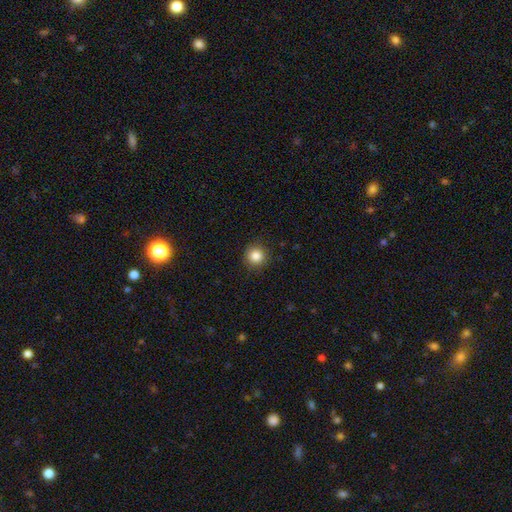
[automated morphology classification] This appears to be a smooth galaxy with no disk features (85%) that is round (94%). Merging: none (89%).